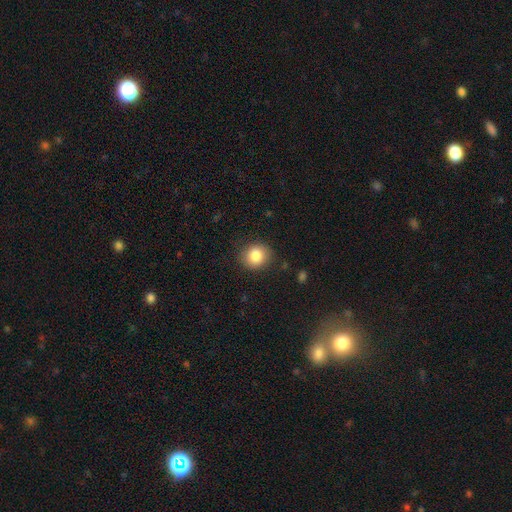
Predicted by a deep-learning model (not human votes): smooth-or-featured: smooth: 85% | star or artifact: 9% | featured or disk: 6%
  how-rounded: round: 83% | in between: 16% | cigar-shaped: 1%
  merging: none: 86% | minor disturbance: 10% | major disturbance: 3% | merger: 1%